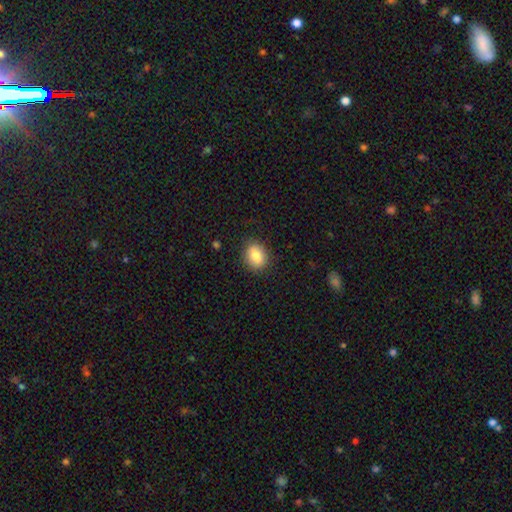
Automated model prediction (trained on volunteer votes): Smooth or featured? smooth (83%)
How rounded? round (52%)
Merging? none (86%)